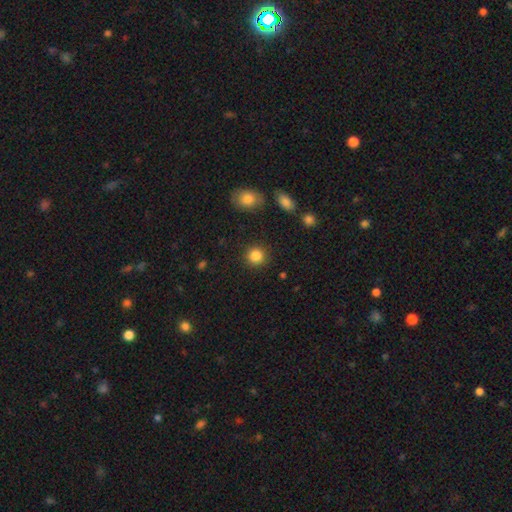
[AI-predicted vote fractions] smooth_or_featured: smooth (p=0.85) [alt: star or artifact p=0.10]
how_rounded: round (p=0.91) [alt: in between p=0.08]
merging: none (p=0.90) [alt: minor disturbance p=0.06]